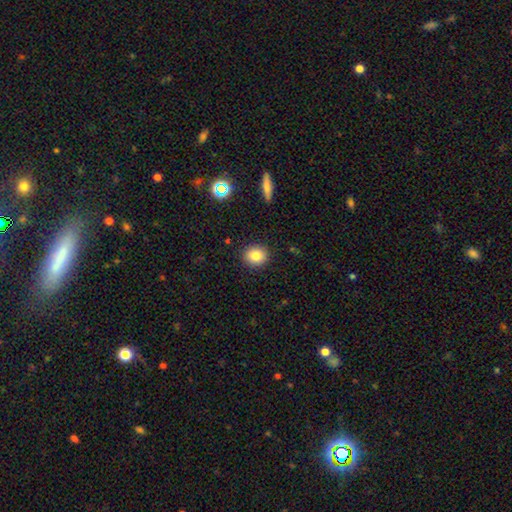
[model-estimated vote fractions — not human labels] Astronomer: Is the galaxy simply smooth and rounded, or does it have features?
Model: smooth — 82%.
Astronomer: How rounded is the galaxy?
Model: round — 78%.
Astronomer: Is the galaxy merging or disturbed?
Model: none — 90%.